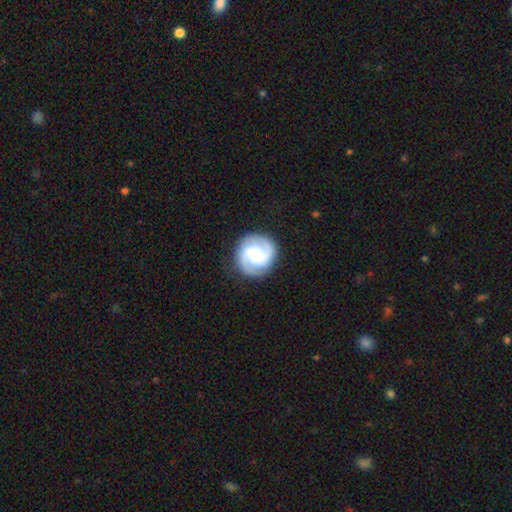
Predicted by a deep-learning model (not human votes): A featured or disk galaxy (83%) with no bar (54%), 2 (71%) tight (46%) spiral arms (97%) and a moderate central bulge (48%).

Vote fractions:
- Smooth or featured? featured or disk: 83% / smooth: 12% / star or artifact: 5%
- Edge-on disk? no: 98% / yes: 2%
- Bar? no: 54% / weak: 36% / strong: 10%
- Spiral arms? yes: 97% / no: 3%
- Spiral winding? tight: 46% / medium: 44% / loose: 9%
- Spiral arm count? 2: 71% / 3: 17% / can't tell: 5% / 4: 2% / 1: 2% / more than 4: 2%
- Bulge size? moderate: 48% / small: 44% / large: 5% / none: 2% / dominant: 1%
- Merging? none: 87% / minor disturbance: 9% / major disturbance: 3% / merger: 1%